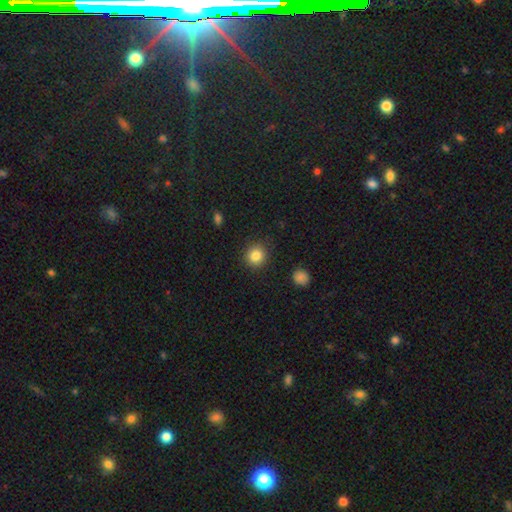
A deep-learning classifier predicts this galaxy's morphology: Smooth or featured? smooth (85%)
How rounded? round (90%)
Merging? none (89%)